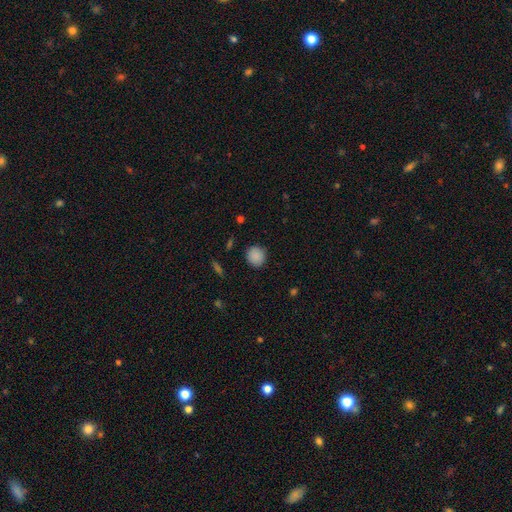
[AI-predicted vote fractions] This appears to be a smooth galaxy with no disk features (88%) that is round (88%). Merging: none (88%).